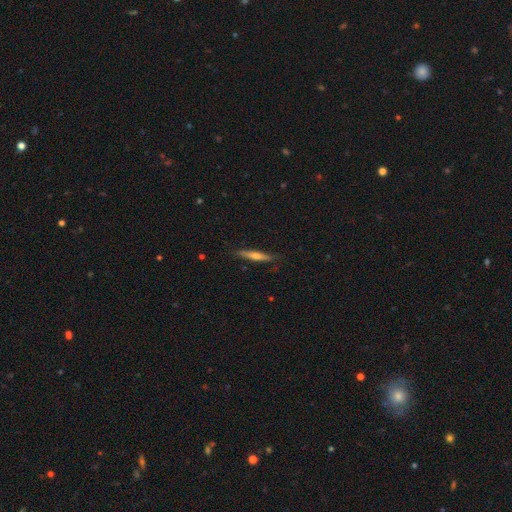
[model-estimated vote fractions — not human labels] Smooth or featured? featured or disk (53%)
Edge-on disk? yes (95%)
Edge-on bulge? rounded (73%)
Merging? none (83%)